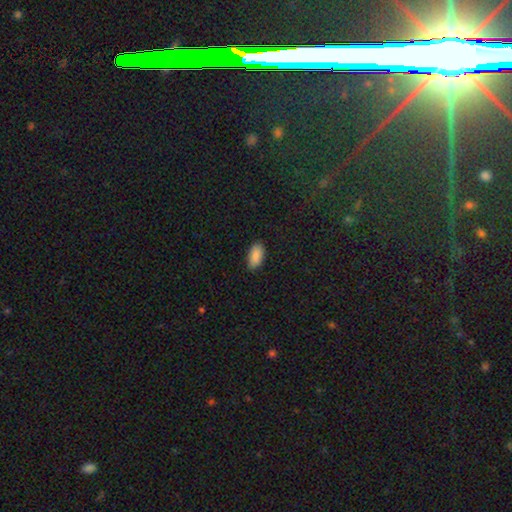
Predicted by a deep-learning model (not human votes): Smooth or featured?
  - smooth: 89% *
  - star or artifact: 7%
  - featured or disk: 4%
How rounded?
  - in between: 92% *
  - cigar-shaped: 6%
  - round: 2%
Merging?
  - none: 87% *
  - minor disturbance: 10%
  - major disturbance: 2%
  - merger: 1%